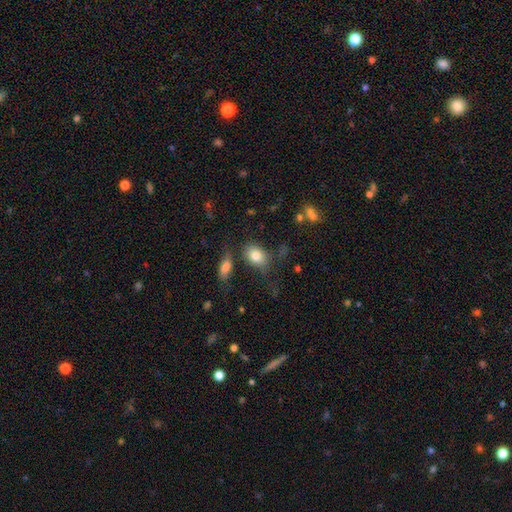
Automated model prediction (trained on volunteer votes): smooth 82%, featured or disk 10%, star or artifact 9%. Down the decision tree: how rounded — in between (76%); merging — none (61%).